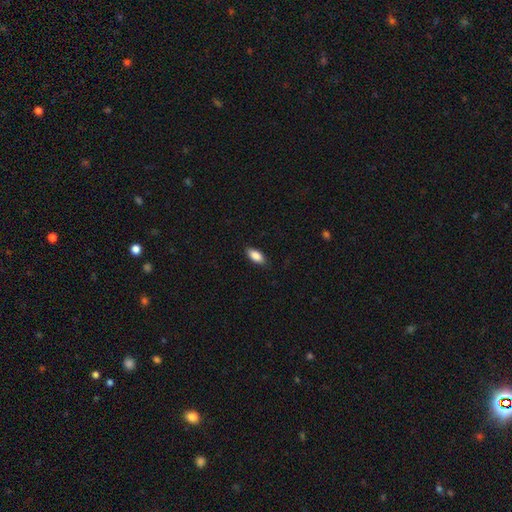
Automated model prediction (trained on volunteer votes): The model was most divided on "merging": none: 86%, minor disturbance: 11%, major disturbance: 2%, merger: 1%. More confident: how rounded — in between (87%); smooth or featured — smooth (86%).